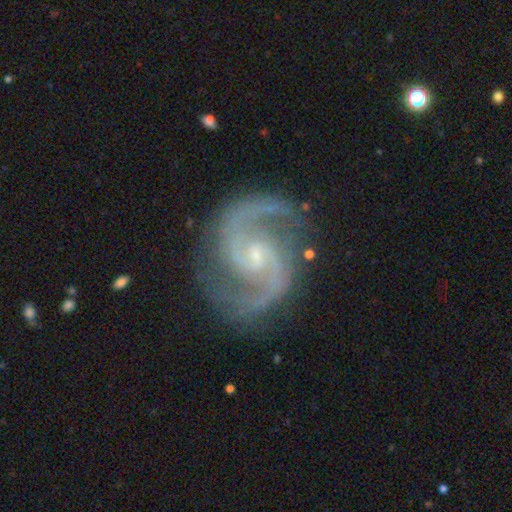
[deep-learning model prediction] This is clearly a featured or disk galaxy (94%). It is clearly not viewed edge-on (98%). Bar: possibly no (47%). Spiral arm pattern: clearly yes (99%). Spiral arm count: clearly 2 (93%). Spiral winding: likely medium (66%). Central bulge: likely small (72%). Merging: clearly none (82%).